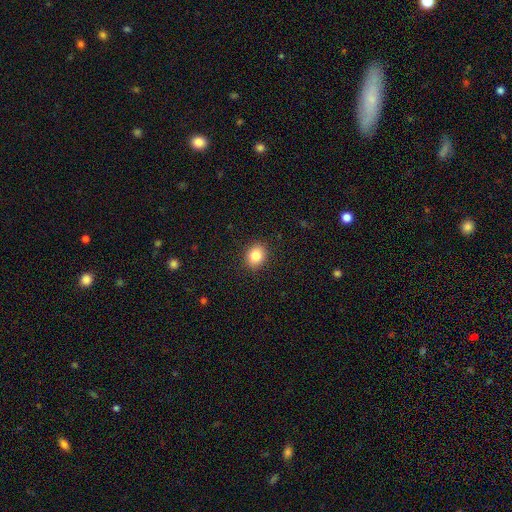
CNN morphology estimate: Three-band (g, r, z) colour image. It shows a smooth galaxy with no disk features (84%) that is round (51%). Merging: none (90%).